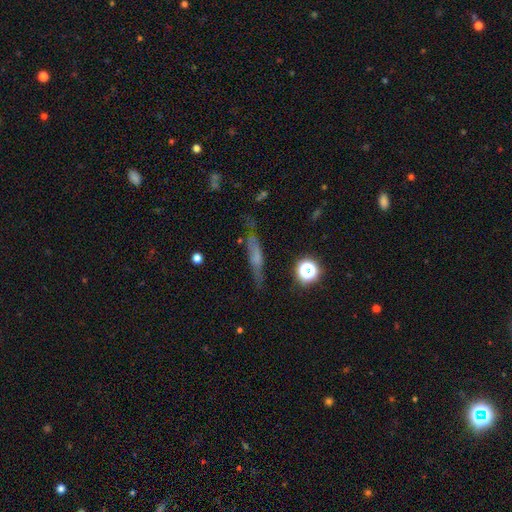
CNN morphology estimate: Overall: featured or disk (43%; smooth 40%). Merging: none (71%).